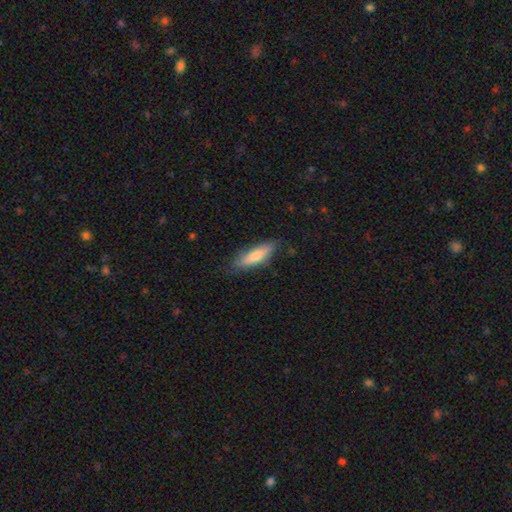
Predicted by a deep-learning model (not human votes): The model was most divided on "how rounded": cigar-shaped: 68%, in between: 30%, round: 2%. More confident: merging — none (79%); smooth or featured — smooth (66%).